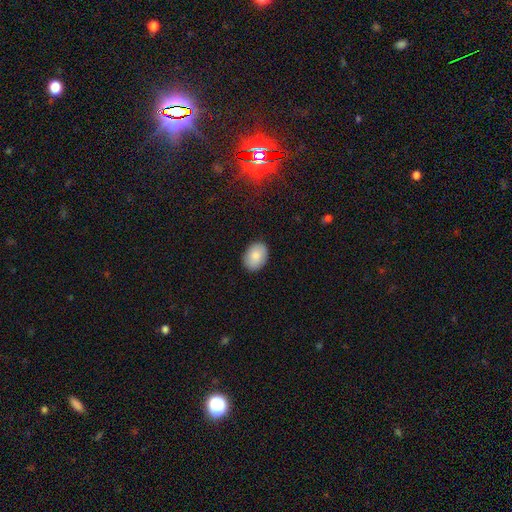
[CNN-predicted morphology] This is clearly a smooth galaxy (87%). How rounded: likely in between (77%). Merging: clearly none (89%).